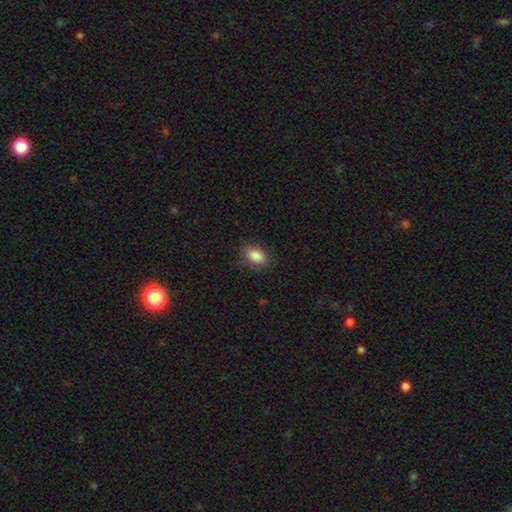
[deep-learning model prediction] This appears to be a smooth galaxy with no disk features (87%) that is in between round and cigar-shaped (88%). Merging: none (81%).